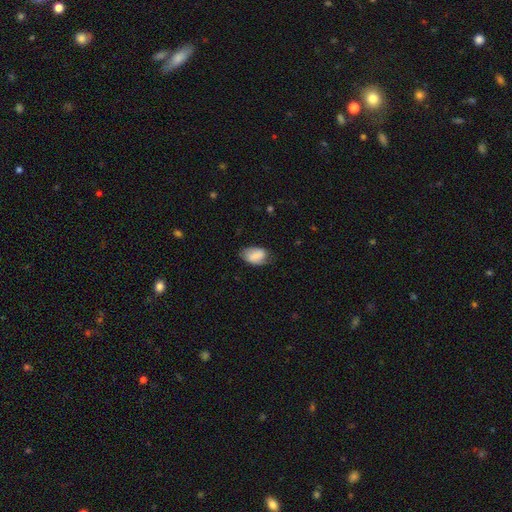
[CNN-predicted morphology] A smooth galaxy with no disk features (72%) that is in between round and cigar-shaped (88%).

Vote fractions:
- Smooth or featured? smooth: 72% / featured or disk: 20% / star or artifact: 8%
- How rounded? in between: 88% / round: 11% / cigar-shaped: 2%
- Merging? none: 63% / minor disturbance: 28% / major disturbance: 7% / merger: 1%